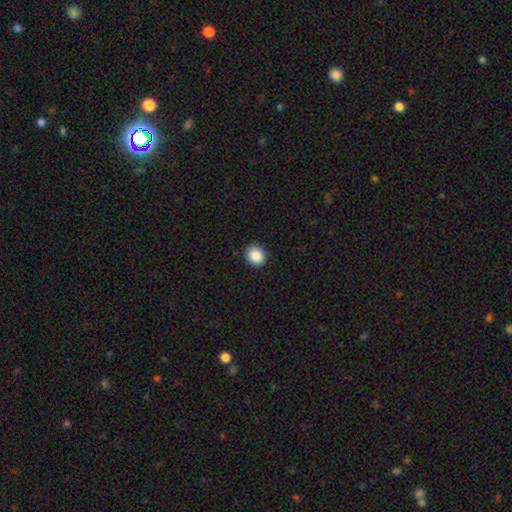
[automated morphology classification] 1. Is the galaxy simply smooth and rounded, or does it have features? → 89% smooth, 8% star or artifact, 3% featured or disk.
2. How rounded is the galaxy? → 71% round, 28% in between, 1% cigar-shaped.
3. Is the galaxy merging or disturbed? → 89% none, 8% minor disturbance, 2% major disturbance, 1% merger.